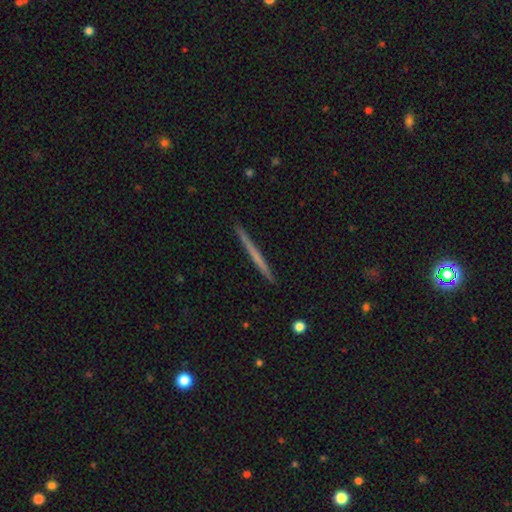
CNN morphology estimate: smooth-or-featured: smooth: 48% | featured or disk: 46% | star or artifact: 5%
  merging: none: 92% | minor disturbance: 6% | major disturbance: 1% | merger: 1%